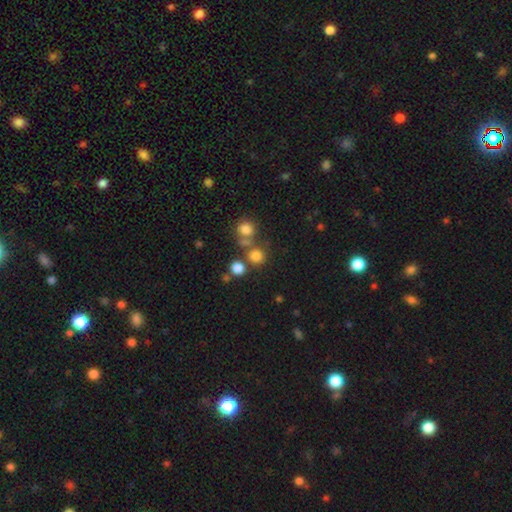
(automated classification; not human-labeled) Smooth or featured?
  - smooth: 76% *
  - star or artifact: 17%
  - featured or disk: 7%
How rounded?
  - round: 88% *
  - in between: 11%
  - cigar-shaped: 1%
Merging?
  - none: 66% *
  - merger: 21%
  - minor disturbance: 8%
  - major disturbance: 4%